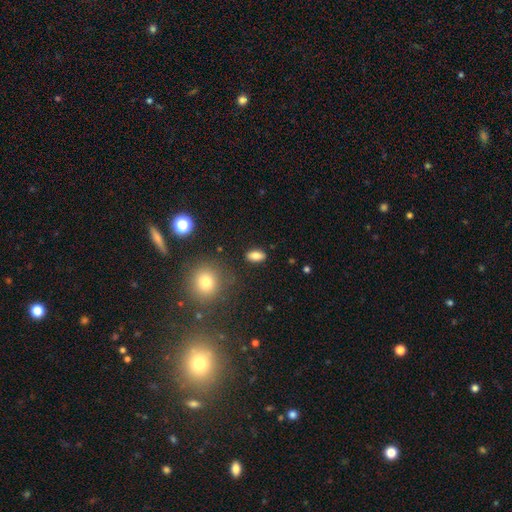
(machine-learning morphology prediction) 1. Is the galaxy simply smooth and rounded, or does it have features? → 82% smooth, 11% star or artifact, 8% featured or disk.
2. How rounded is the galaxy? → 88% in between, 6% round, 6% cigar-shaped.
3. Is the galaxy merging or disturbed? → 87% none, 9% minor disturbance, 3% major disturbance, 2% merger.